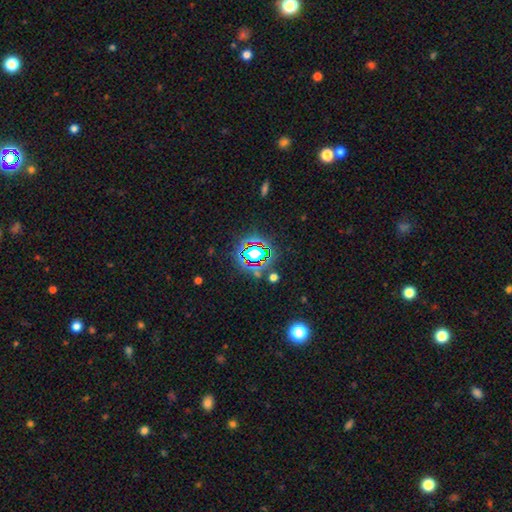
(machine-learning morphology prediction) This is likely a star or artifact rather than a galaxy (73%).